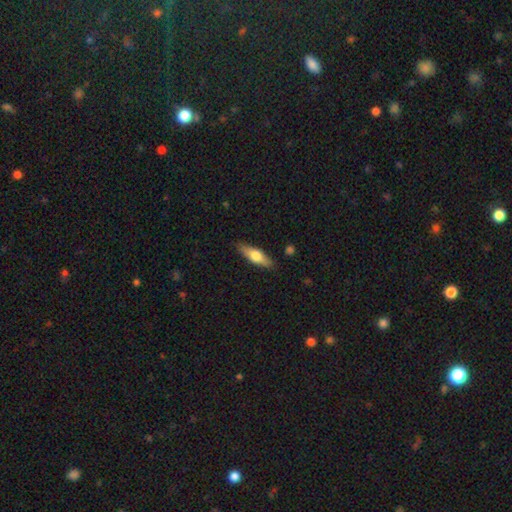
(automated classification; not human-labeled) Smooth or featured?
  - smooth: 54% *
  - featured or disk: 40%
  - star or artifact: 6%
How rounded?
  - cigar-shaped: 50% *
  - in between: 47%
  - round: 3%
Merging?
  - none: 86% *
  - minor disturbance: 10%
  - major disturbance: 2%
  - merger: 1%